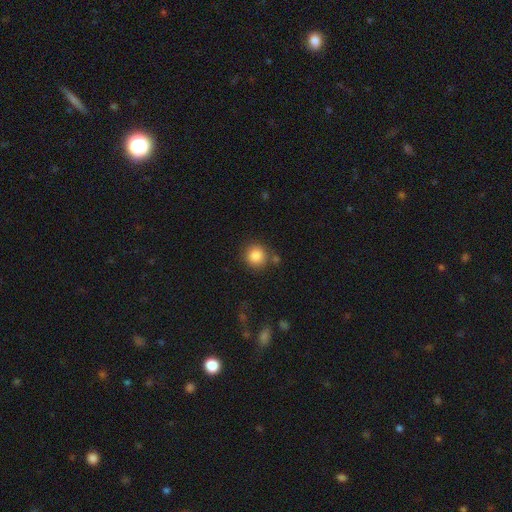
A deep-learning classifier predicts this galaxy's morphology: Smooth or featured? Predicted: smooth (p=0.86). How rounded? Predicted: round (p=0.92). Merging? Predicted: none (p=0.79).